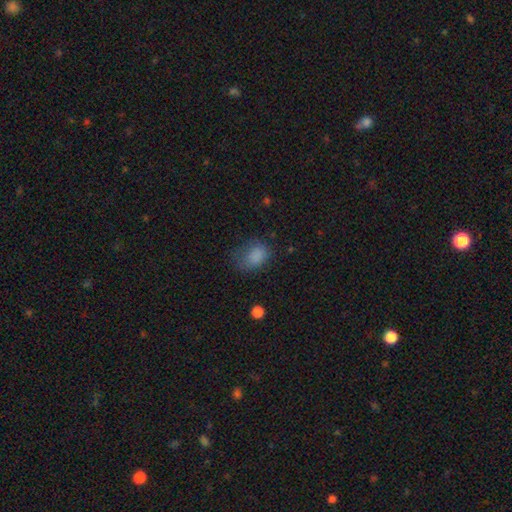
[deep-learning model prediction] This appears to be a smooth galaxy with no disk features (81%) that is in between round and cigar-shaped (73%). Merging: none (50%).